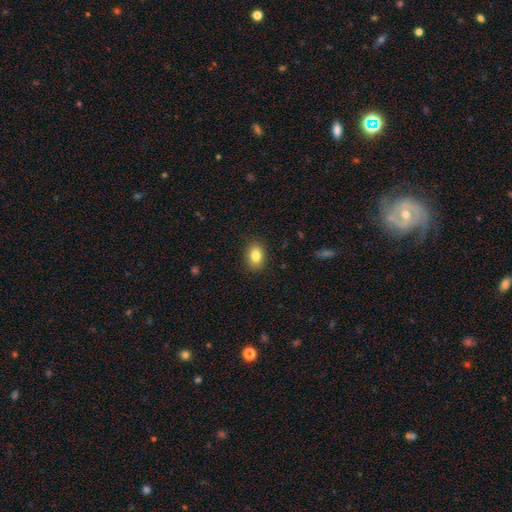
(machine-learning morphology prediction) Q: Smooth or featured?
A: smooth (83%); runner-up: star or artifact (9%)
Q: How rounded?
A: in between (76%); runner-up: round (23%)
Q: Merging?
A: none (89%); runner-up: minor disturbance (8%)